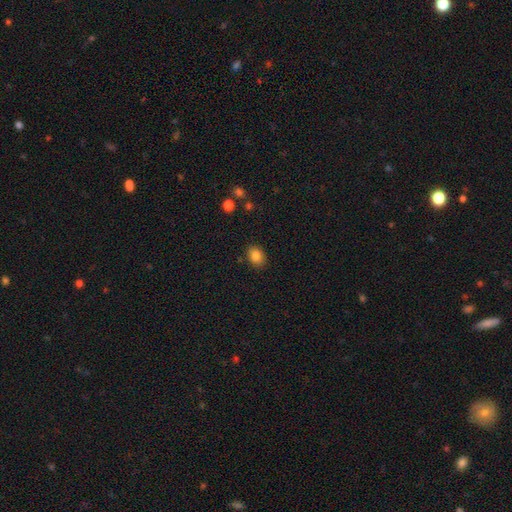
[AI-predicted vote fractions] smooth_or_featured: smooth (p=0.85) [alt: star or artifact p=0.10]
how_rounded: in between (p=0.67) [alt: round p=0.32]
merging: none (p=0.84) [alt: minor disturbance p=0.12]